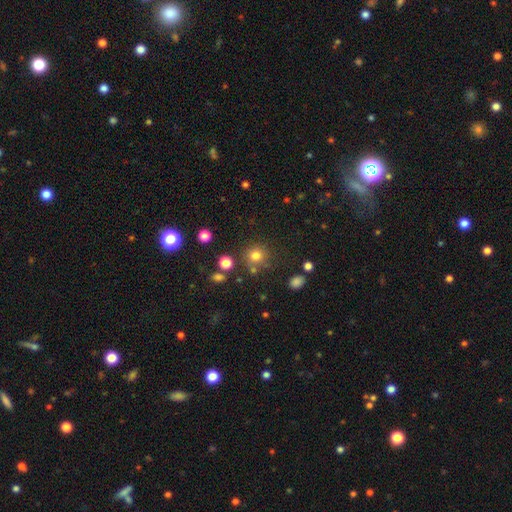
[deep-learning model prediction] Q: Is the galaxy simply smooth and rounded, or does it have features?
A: smooth — 77%.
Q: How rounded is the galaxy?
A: round — 90%.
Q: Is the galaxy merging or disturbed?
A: none — 75%.